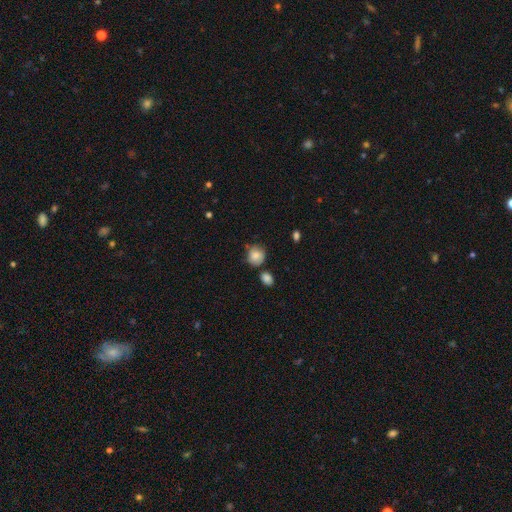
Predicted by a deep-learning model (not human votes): This appears to be a smooth galaxy with no disk features (78%) that is round (79%). Merging: none (65%).